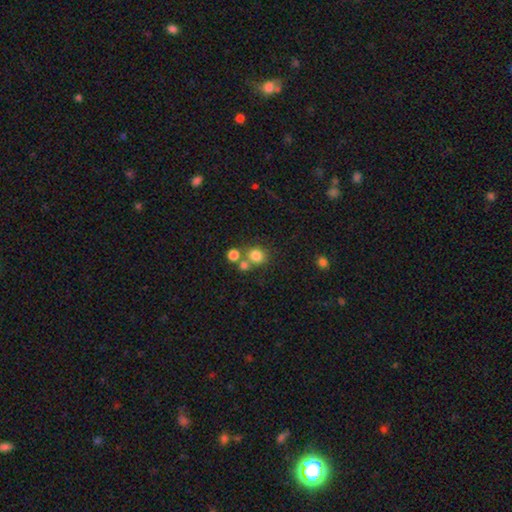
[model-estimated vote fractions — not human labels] This appears to be a smooth galaxy with no disk features (79%) that is round (82%). Merging: none (61%).